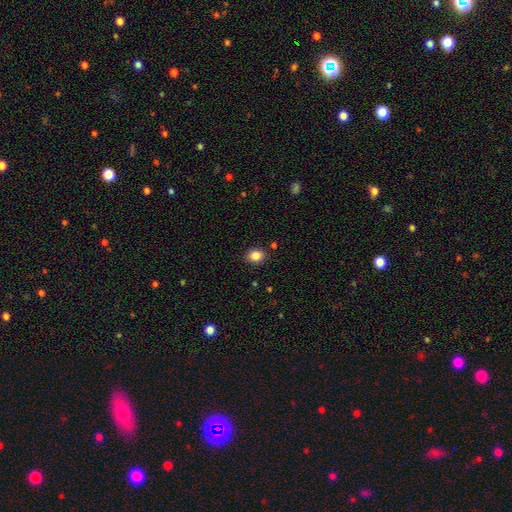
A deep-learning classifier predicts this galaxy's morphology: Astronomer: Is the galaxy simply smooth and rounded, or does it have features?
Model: smooth — 85%.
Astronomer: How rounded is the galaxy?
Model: round — 52% (runner-up: in between, 47%).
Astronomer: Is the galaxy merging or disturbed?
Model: none — 88%.